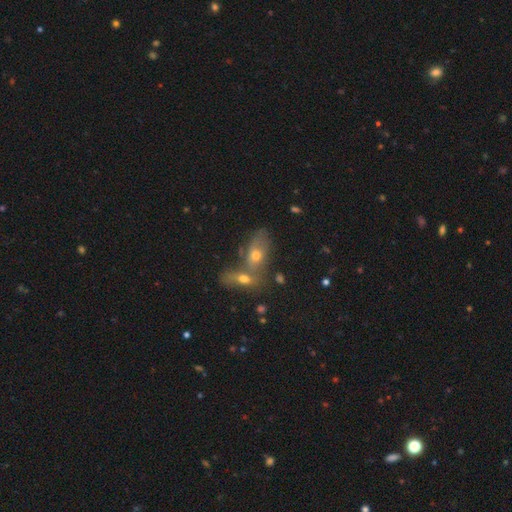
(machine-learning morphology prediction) Q: Smooth or featured?
A: smooth (51%); runner-up: featured or disk (35%)
Q: How rounded?
A: in between (79%); runner-up: round (12%)
Q: Merging?
A: merger (58%); runner-up: none (28%)